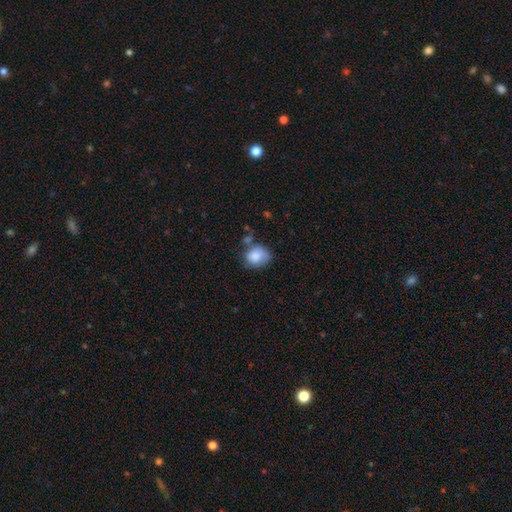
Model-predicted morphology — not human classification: Smooth or featured?
  - smooth: 81% *
  - featured or disk: 11%
  - star or artifact: 8%
How rounded?
  - round: 57% *
  - in between: 42%
  - cigar-shaped: 1%
Merging?
  - none: 47% *
  - minor disturbance: 30%
  - merger: 12%
  - major disturbance: 10%